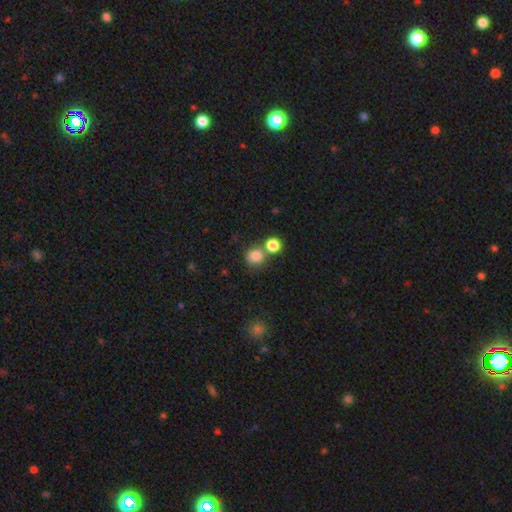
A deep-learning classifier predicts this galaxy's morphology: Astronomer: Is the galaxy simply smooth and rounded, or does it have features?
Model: smooth — 81%.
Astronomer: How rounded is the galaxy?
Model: round — 86%.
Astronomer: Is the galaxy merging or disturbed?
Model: none — 61%.